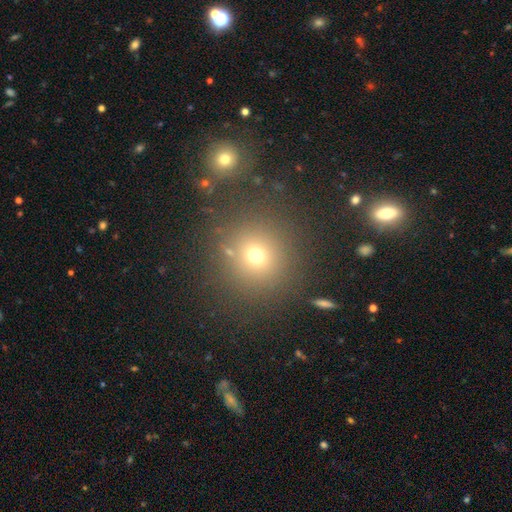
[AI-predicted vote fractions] smooth 70%, star or artifact 21%, featured or disk 10%. Down the decision tree: how rounded — round (91%); merging — none (82%).